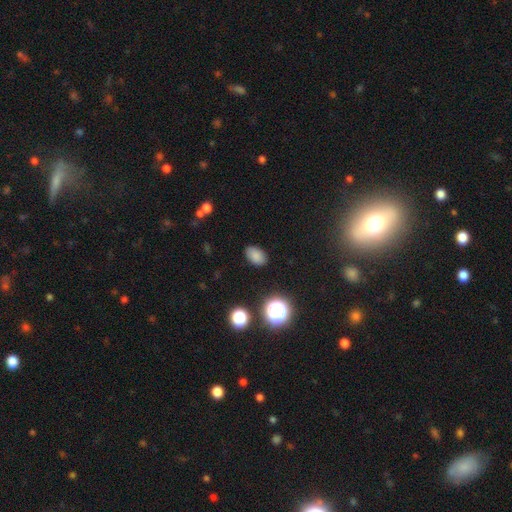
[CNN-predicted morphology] A smooth galaxy with no disk features (81%) that is in between round and cigar-shaped (87%).

Vote fractions:
- Smooth or featured? smooth: 81% / star or artifact: 13% / featured or disk: 6%
- How rounded? in between: 87% / round: 12% / cigar-shaped: 1%
- Merging? none: 86% / minor disturbance: 10% / major disturbance: 3% / merger: 1%